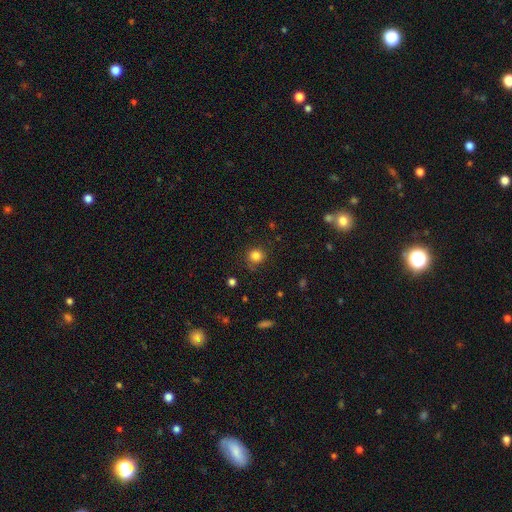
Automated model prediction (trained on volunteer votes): smooth_or_featured: smooth (p=0.82) [alt: star or artifact p=0.13]
how_rounded: round (p=0.88) [alt: in between p=0.11]
merging: none (p=0.80) [alt: minor disturbance p=0.14]